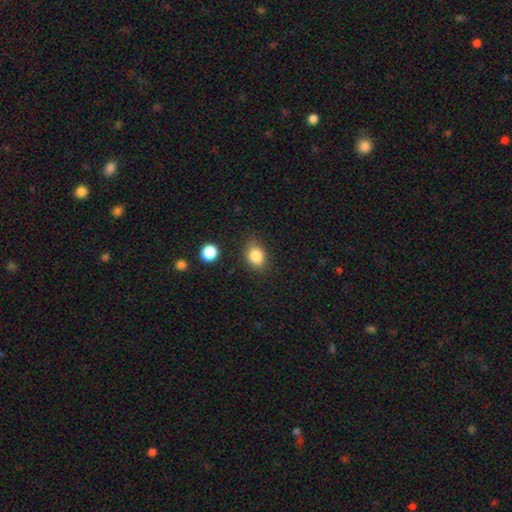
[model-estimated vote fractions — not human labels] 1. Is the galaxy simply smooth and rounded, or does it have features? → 84% smooth, 10% star or artifact, 6% featured or disk.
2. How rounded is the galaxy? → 58% in between, 41% round, 1% cigar-shaped.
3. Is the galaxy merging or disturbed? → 70% none, 22% minor disturbance, 5% major disturbance, 3% merger.